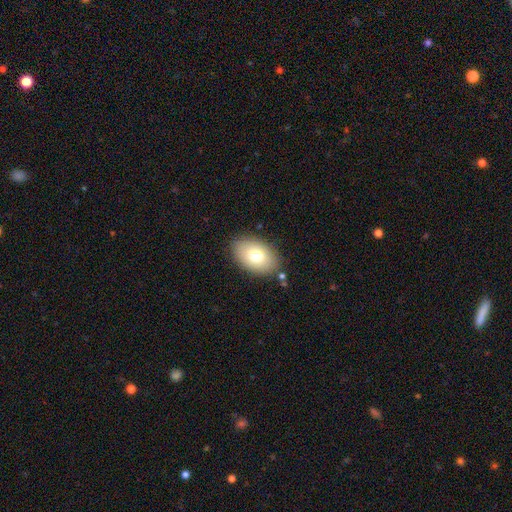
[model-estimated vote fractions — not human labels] Q: Smooth or featured?
A: smooth (76%); runner-up: featured or disk (17%)
Q: How rounded?
A: in between (90%); runner-up: round (9%)
Q: Merging?
A: none (84%); runner-up: minor disturbance (11%)